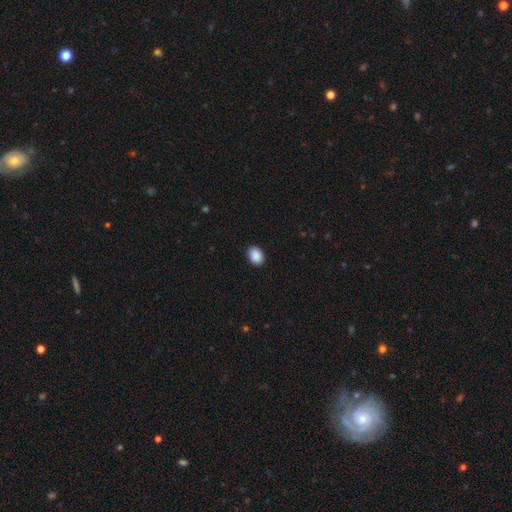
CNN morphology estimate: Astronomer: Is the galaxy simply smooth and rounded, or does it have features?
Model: smooth — 90%.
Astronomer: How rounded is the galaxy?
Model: in between — 71%.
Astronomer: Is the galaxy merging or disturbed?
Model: none — 88%.